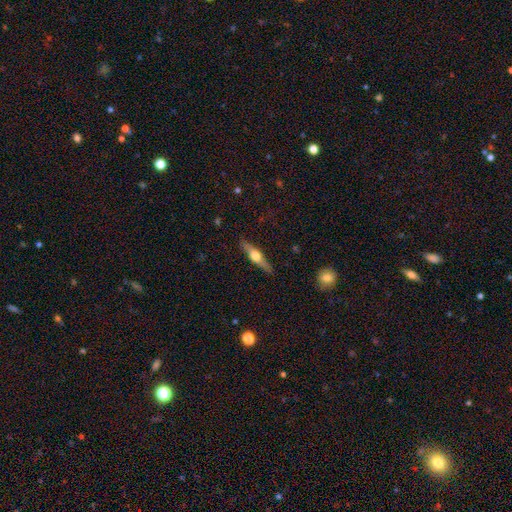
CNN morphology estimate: This is likely a featured or disk galaxy (63%). It is clearly viewed edge-on (96%). Edge-on bulge: clearly rounded (94%). Merging: clearly none (88%).